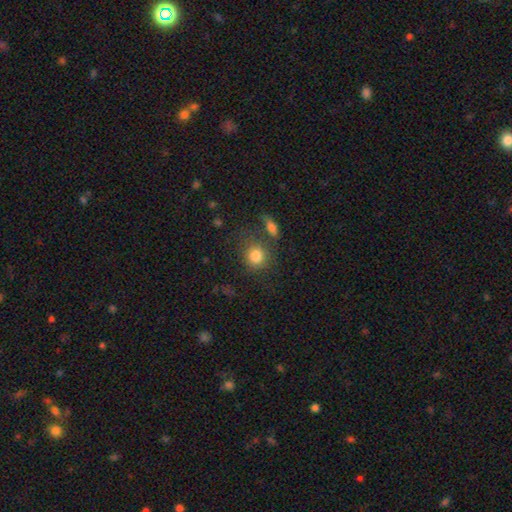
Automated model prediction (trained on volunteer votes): This appears to be a smooth galaxy with no disk features (82%) that is round (76%). Merging: none (64%).